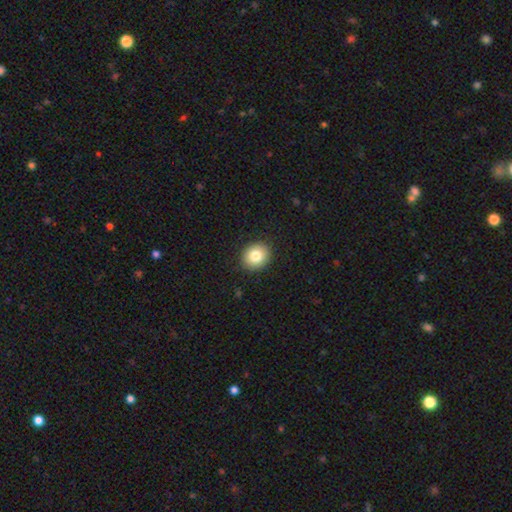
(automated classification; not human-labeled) smooth 81%, featured or disk 10%, star or artifact 9%. Down the decision tree: how rounded — round (71%); merging — none (90%).